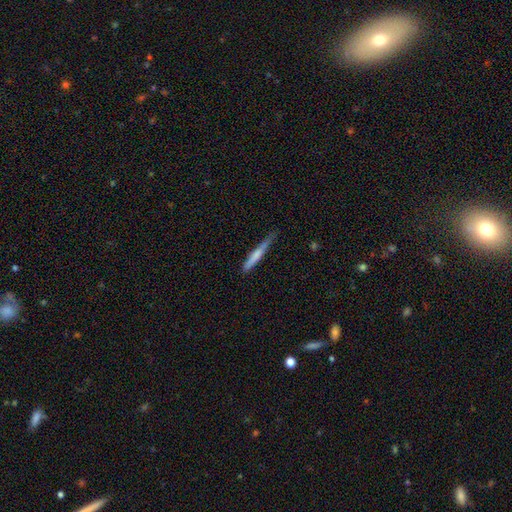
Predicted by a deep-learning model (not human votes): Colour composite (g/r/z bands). It shows a smooth galaxy with no disk features (65%) that is cigar-shaped (95%). Merging: none (64%).